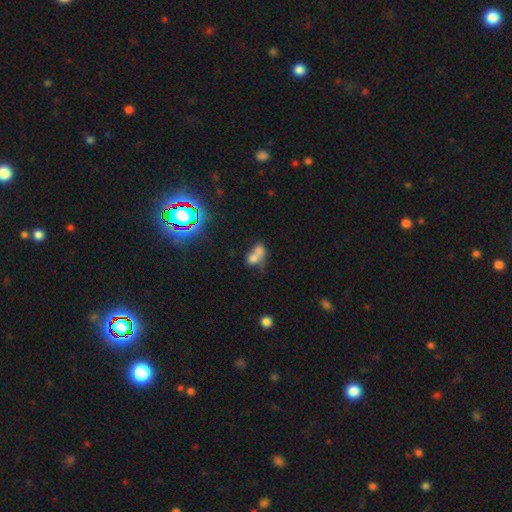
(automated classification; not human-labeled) A smooth galaxy with no disk features (66%) that is in between round and cigar-shaped (50%).

Vote fractions:
- Smooth or featured? smooth: 66% / featured or disk: 19% / star or artifact: 15%
- How rounded? in between: 50% / round: 48% / cigar-shaped: 2%
- Merging? merger: 70% / none: 18% / minor disturbance: 6% / major disturbance: 5%